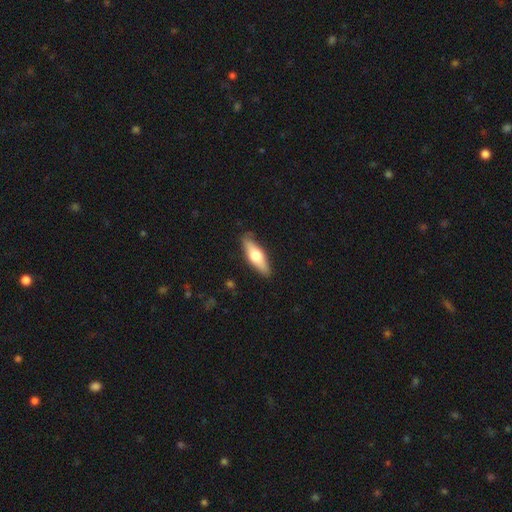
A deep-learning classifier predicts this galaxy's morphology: smooth-or-featured: smooth: 54% | featured or disk: 41% | star or artifact: 5%
  how-rounded: cigar-shaped: 52% | in between: 46% | round: 2%
  merging: none: 87% | minor disturbance: 10% | major disturbance: 2% | merger: 1%